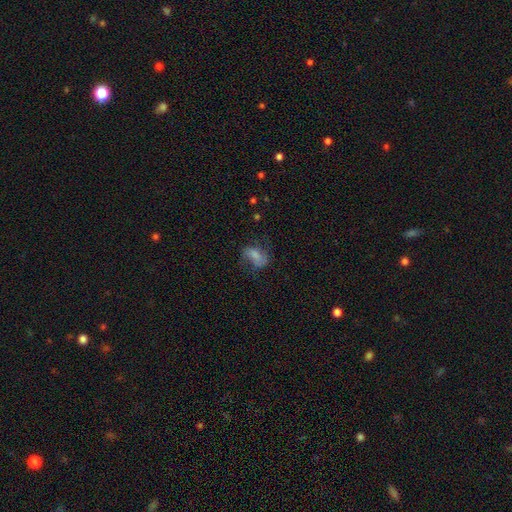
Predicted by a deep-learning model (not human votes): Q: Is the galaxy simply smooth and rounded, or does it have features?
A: smooth — 51%.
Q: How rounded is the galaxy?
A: in between — 85%.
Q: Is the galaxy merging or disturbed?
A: none — 47%.